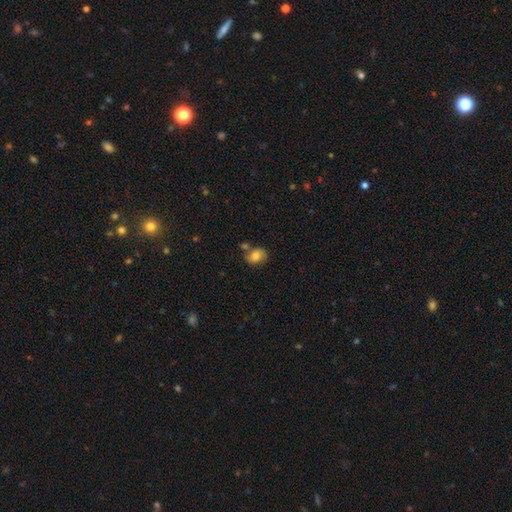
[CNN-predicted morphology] smooth-or-featured: smooth: 77% | featured or disk: 14% | star or artifact: 9%
  how-rounded: in between: 62% | round: 37% | cigar-shaped: 1%
  merging: none: 61% | minor disturbance: 18% | merger: 17% | major disturbance: 5%